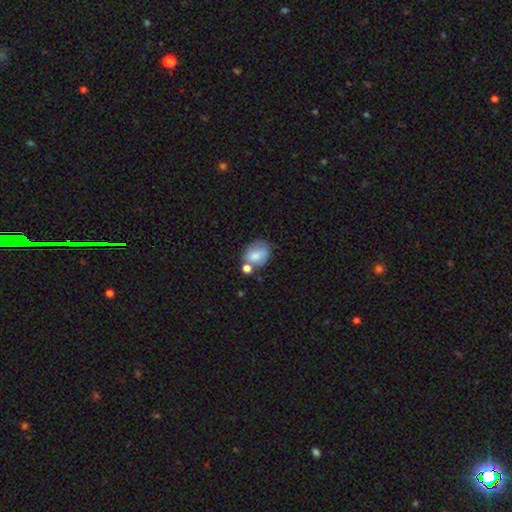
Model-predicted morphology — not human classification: Smooth or featured? smooth (71%)
How rounded? in between (62%)
Merging? none (45%)